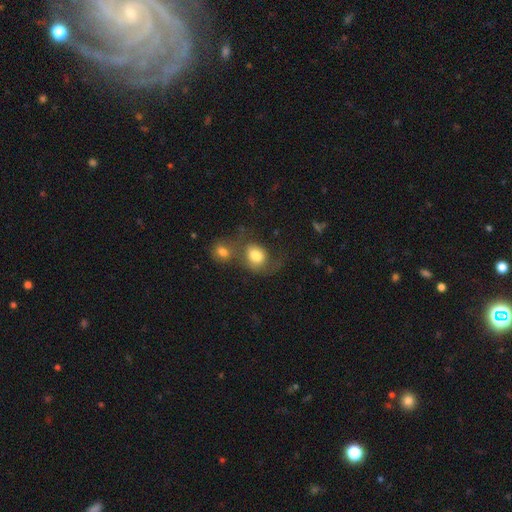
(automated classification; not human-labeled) Smooth or featured? Predicted: smooth (p=0.76). How rounded? Predicted: round (p=0.53). Merging? Predicted: merger (p=0.41).